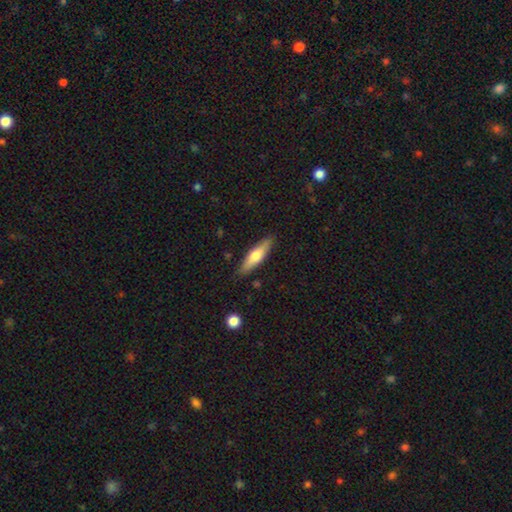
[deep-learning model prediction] A smooth galaxy with no disk features (55%) that is cigar-shaped (66%).

Vote fractions:
- Smooth or featured? smooth: 55% / featured or disk: 39% / star or artifact: 6%
- How rounded? cigar-shaped: 66% / in between: 32% / round: 2%
- Merging? none: 86% / minor disturbance: 10% / major disturbance: 2% / merger: 1%